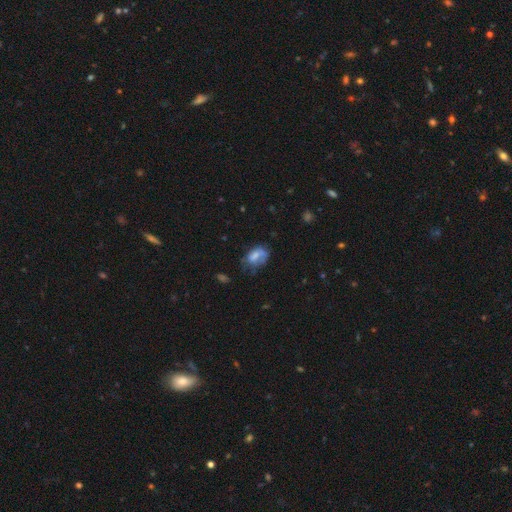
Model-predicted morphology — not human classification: Smooth or featured? Predicted: smooth (p=0.59). How rounded? Predicted: in between (p=0.85). Merging? Predicted: none (p=0.37).